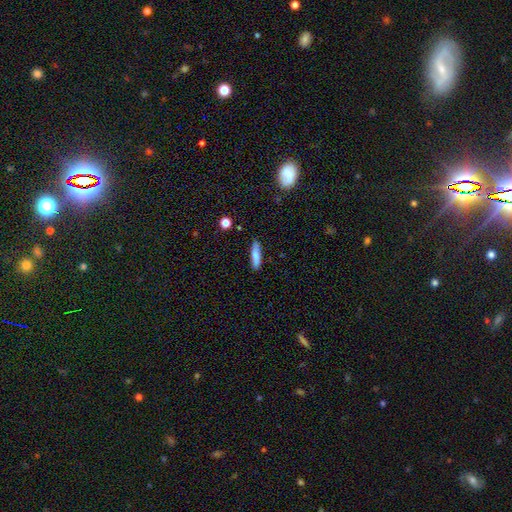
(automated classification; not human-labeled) Smooth or featured: smooth — 80% (featured or disk — 13%)
How rounded: cigar-shaped — 75% (in between — 23%)
Merging: none — 85% (minor disturbance — 11%)